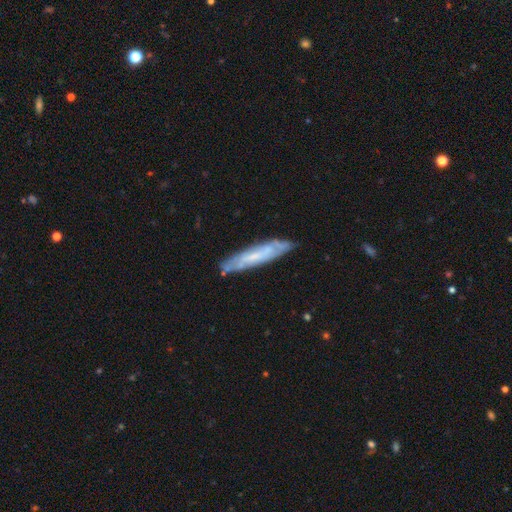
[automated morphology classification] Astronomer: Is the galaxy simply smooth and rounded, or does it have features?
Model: featured or disk — 58% (runner-up: smooth, 36%).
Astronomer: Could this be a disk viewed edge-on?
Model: yes — 57% (runner-up: no, 43%).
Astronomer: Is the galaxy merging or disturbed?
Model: none — 79%.